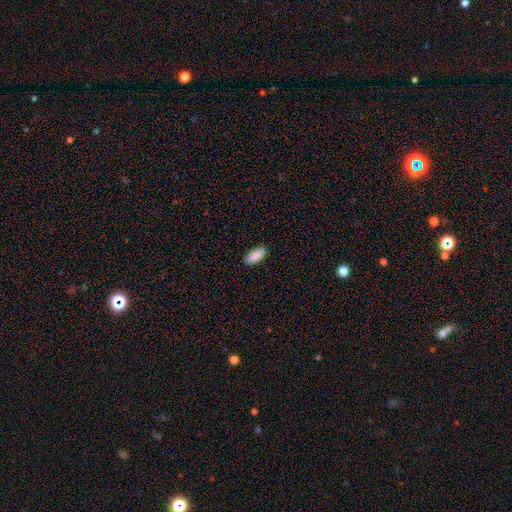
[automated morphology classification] Smooth or featured?
  - smooth: 90% *
  - star or artifact: 6%
  - featured or disk: 4%
How rounded?
  - in between: 86% *
  - cigar-shaped: 12%
  - round: 2%
Merging?
  - none: 89% *
  - minor disturbance: 9%
  - major disturbance: 2%
  - merger: 1%